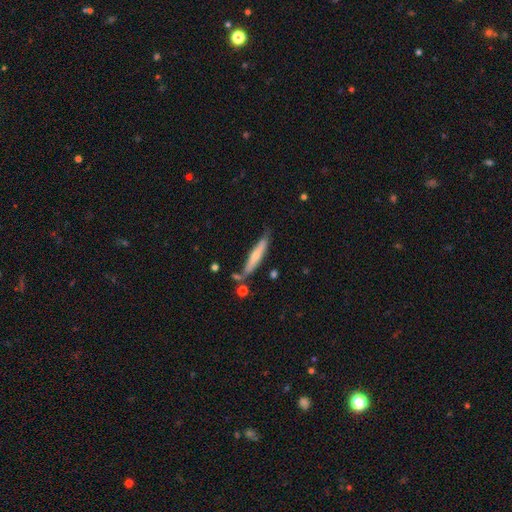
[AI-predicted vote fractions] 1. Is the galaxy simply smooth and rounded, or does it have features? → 50% smooth, 44% featured or disk, 6% star or artifact.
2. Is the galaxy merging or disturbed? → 68% none, 19% minor disturbance, 8% merger, 4% major disturbance.